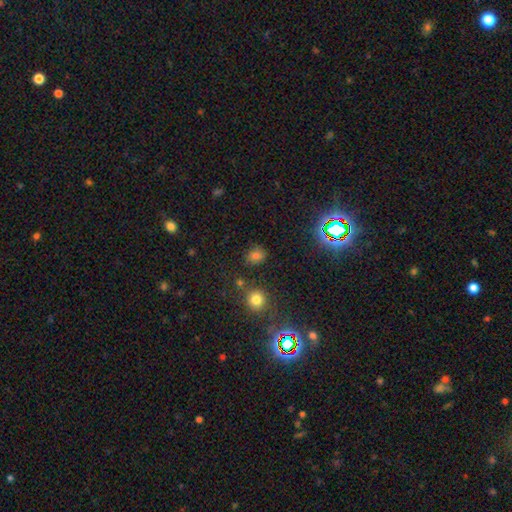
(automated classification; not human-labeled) smooth_or_featured: smooth (p=0.69) [alt: star or artifact p=0.25]
how_rounded: round (p=0.56) [alt: in between p=0.43]
merging: none (p=0.79) [alt: minor disturbance p=0.12]